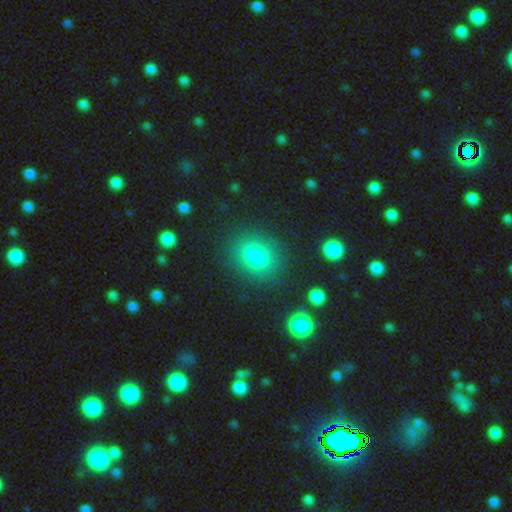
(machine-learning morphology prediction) smooth-or-featured: smooth: 79% | star or artifact: 13% | featured or disk: 7%
  how-rounded: round: 52% | in between: 47% | cigar-shaped: 1%
  merging: none: 85% | minor disturbance: 9% | major disturbance: 4% | merger: 2%